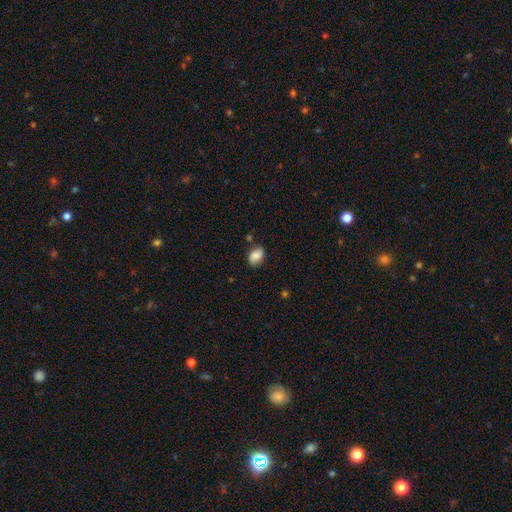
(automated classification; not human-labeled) This is clearly a smooth galaxy (82%). How rounded: likely in between (75%). Merging: likely none (71%).